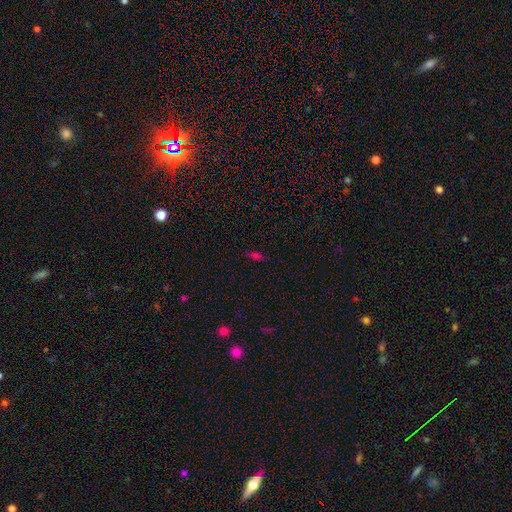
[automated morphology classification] Smooth or featured? smooth (64%)
How rounded? in between (70%)
Merging? none (82%)